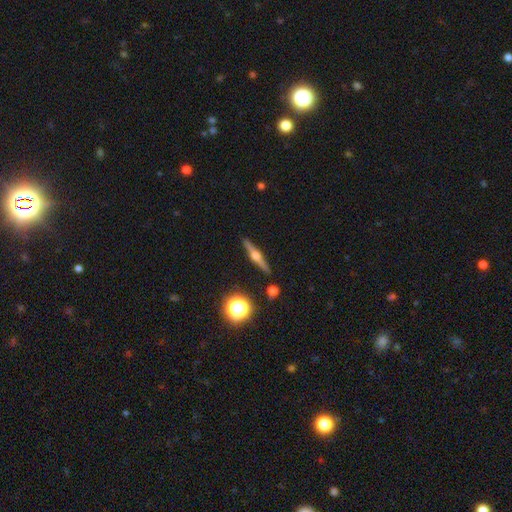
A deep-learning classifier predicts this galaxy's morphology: This is likely a featured or disk galaxy (77%). It is clearly viewed edge-on (98%). Edge-on bulge: clearly rounded (93%). Merging: clearly none (90%).